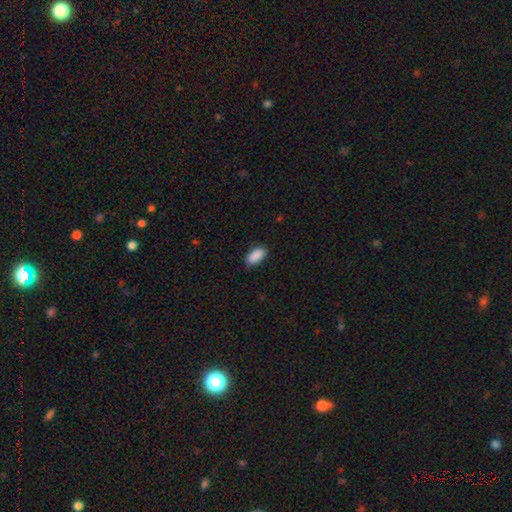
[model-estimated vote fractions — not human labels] smooth 91%, star or artifact 7%, featured or disk 3%. Down the decision tree: how rounded — in between (93%); merging — none (87%).